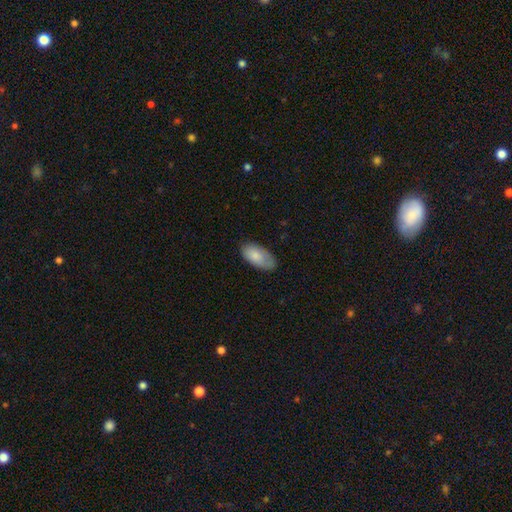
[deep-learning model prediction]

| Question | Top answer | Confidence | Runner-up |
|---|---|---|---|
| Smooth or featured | smooth | 83% | featured or disk (12%) |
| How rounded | in between | 94% | cigar-shaped (3%) |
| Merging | none | 74% | minor disturbance (21%) |